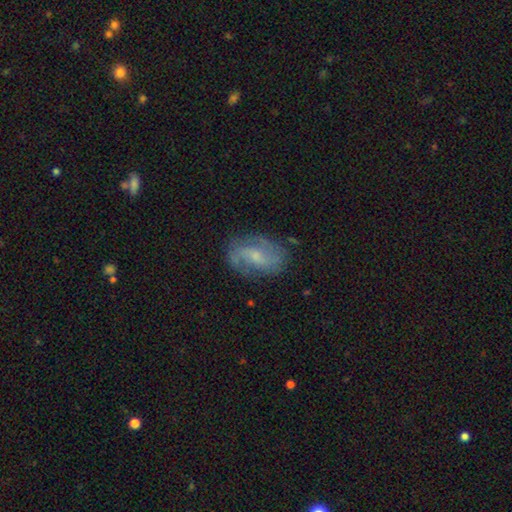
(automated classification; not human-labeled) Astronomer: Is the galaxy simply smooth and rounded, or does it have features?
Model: featured or disk — 76%.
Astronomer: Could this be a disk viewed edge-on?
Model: no — 96%.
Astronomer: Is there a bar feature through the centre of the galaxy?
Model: weak — 47% (runner-up: no, 40%).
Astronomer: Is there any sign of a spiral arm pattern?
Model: yes — 92%.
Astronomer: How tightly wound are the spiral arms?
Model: medium — 47% (runner-up: loose, 31%).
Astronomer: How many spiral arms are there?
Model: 2 — 75%.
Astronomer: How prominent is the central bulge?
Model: small — 52% (runner-up: moderate, 34%).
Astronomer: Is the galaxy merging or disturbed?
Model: none — 73%.